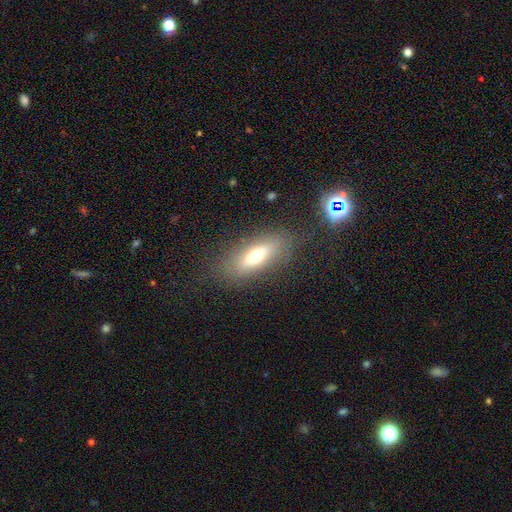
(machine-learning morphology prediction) A smooth galaxy with no disk features (61%) that is in between round and cigar-shaped (69%). Merging: none (78%).